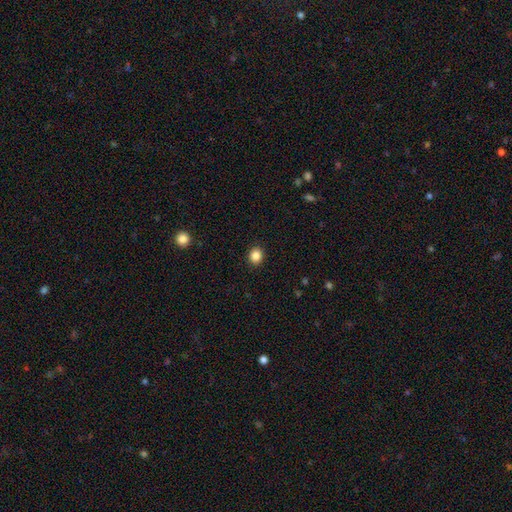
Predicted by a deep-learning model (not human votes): This appears to be a smooth galaxy with no disk features (86%) that is round (70%). Merging: none (92%).